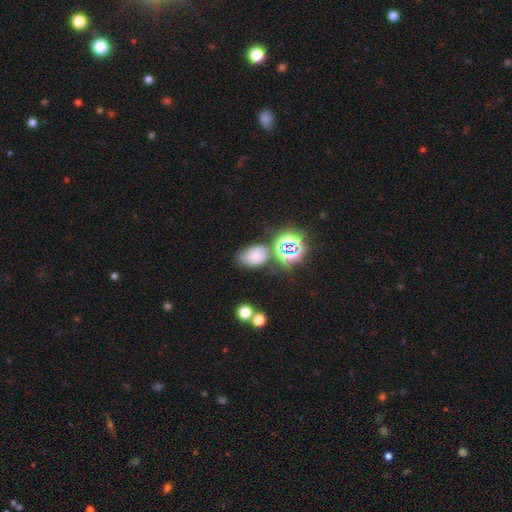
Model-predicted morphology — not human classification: This is likely a smooth galaxy (64%). How rounded: likely in between (77%). Merging: possibly none (53%).